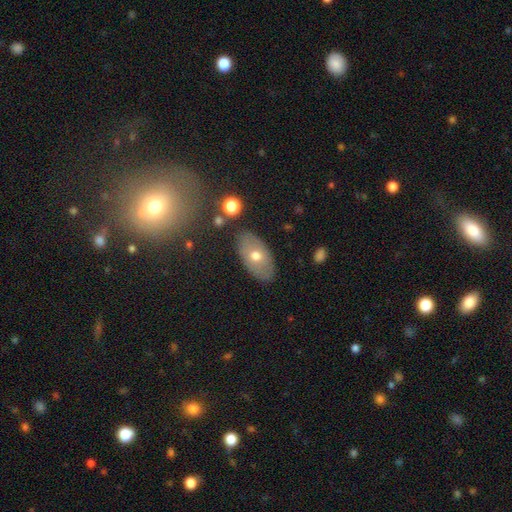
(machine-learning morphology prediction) Smooth or featured?
  - smooth: 57% *
  - featured or disk: 35%
  - star or artifact: 8%
How rounded?
  - in between: 92% *
  - round: 5%
  - cigar-shaped: 2%
Merging?
  - none: 83% *
  - minor disturbance: 12%
  - major disturbance: 3%
  - merger: 2%